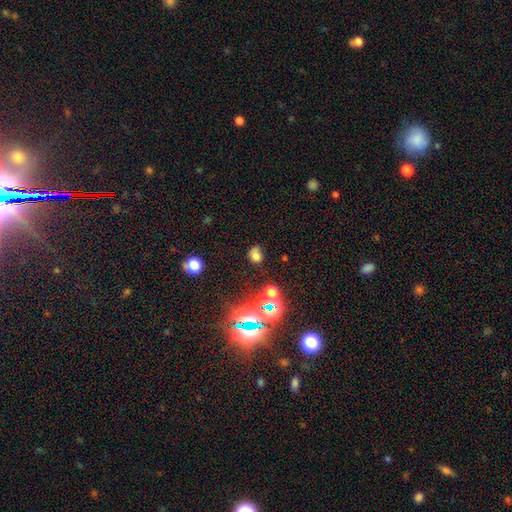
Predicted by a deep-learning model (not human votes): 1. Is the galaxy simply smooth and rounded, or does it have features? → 65% smooth, 25% star or artifact, 10% featured or disk.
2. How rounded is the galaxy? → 52% in between, 47% round, 1% cigar-shaped.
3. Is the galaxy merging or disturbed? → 59% none, 21% minor disturbance, 10% merger, 10% major disturbance.